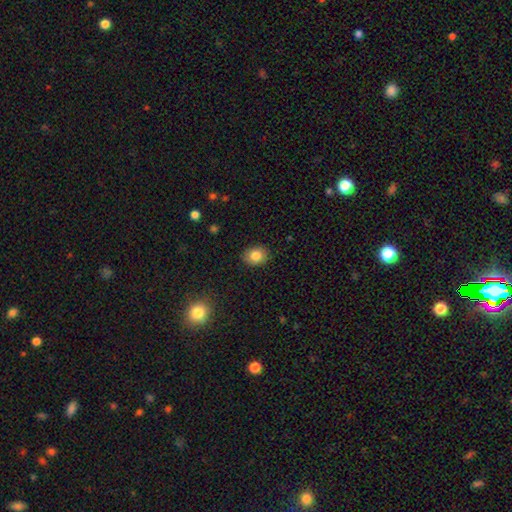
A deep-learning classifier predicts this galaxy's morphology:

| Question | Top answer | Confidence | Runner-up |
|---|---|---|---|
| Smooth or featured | smooth | 83% | star or artifact (9%) |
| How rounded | round | 53% | in between (46%) |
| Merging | none | 89% | minor disturbance (8%) |